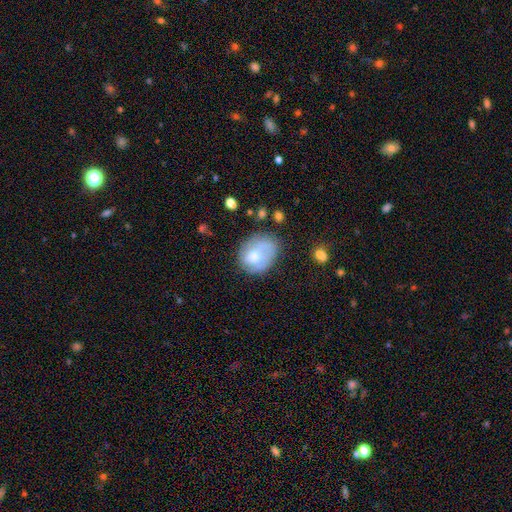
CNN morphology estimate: Smooth or featured? Predicted: smooth (p=0.58). How rounded? Predicted: in between (p=0.56). Merging? Predicted: none (p=0.51).